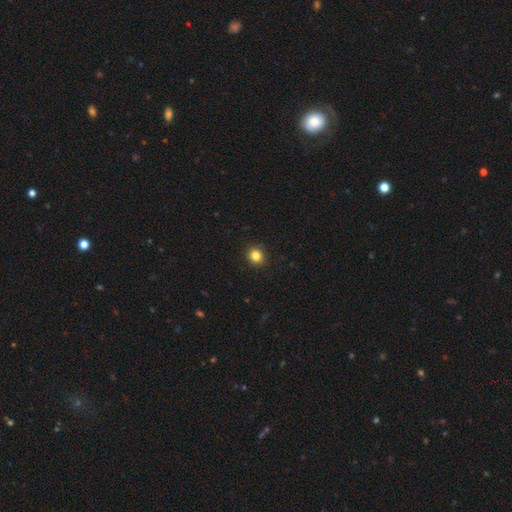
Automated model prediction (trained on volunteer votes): smooth-or-featured: smooth: 84% | star or artifact: 12% | featured or disk: 4%
  how-rounded: round: 87% | in between: 12% | cigar-shaped: 1%
  merging: none: 91% | minor disturbance: 6% | major disturbance: 2% | merger: 1%